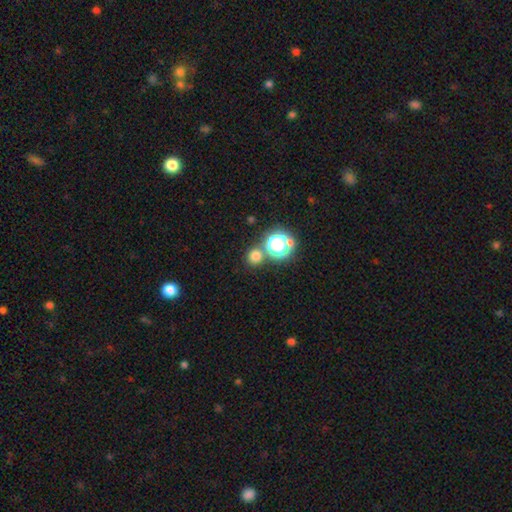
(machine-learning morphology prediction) smooth_or_featured: smooth (p=0.74) [alt: star or artifact p=0.20]
how_rounded: round (p=0.89) [alt: in between p=0.10]
merging: none (p=0.71) [alt: merger p=0.18]